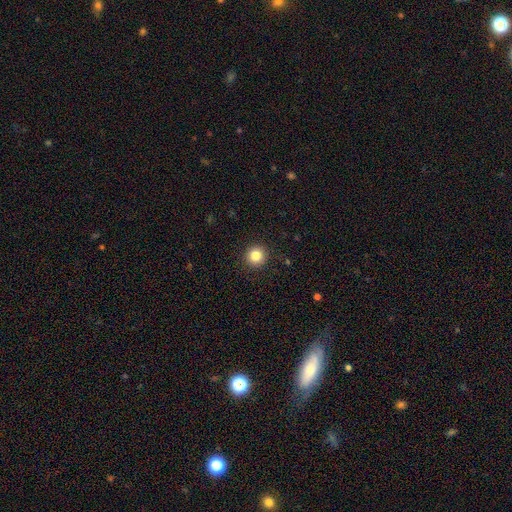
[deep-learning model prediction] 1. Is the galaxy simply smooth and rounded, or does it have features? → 84% smooth, 11% star or artifact, 5% featured or disk.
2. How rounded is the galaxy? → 94% round, 5% in between, 1% cigar-shaped.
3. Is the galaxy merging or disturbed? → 92% none, 5% minor disturbance, 2% major disturbance, 1% merger.